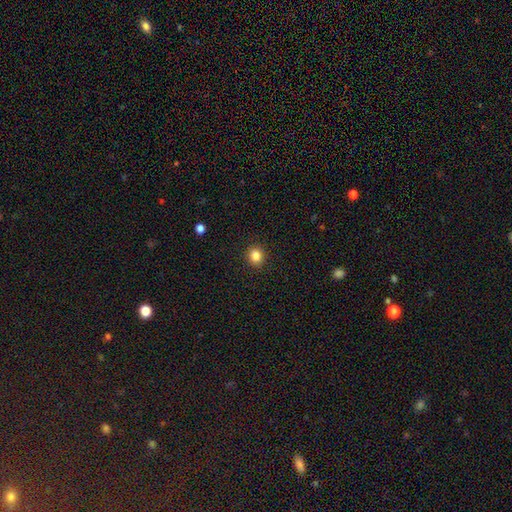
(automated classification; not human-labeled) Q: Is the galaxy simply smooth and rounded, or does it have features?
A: smooth — 84%.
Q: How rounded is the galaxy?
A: round — 77%.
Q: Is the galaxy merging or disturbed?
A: none — 92%.